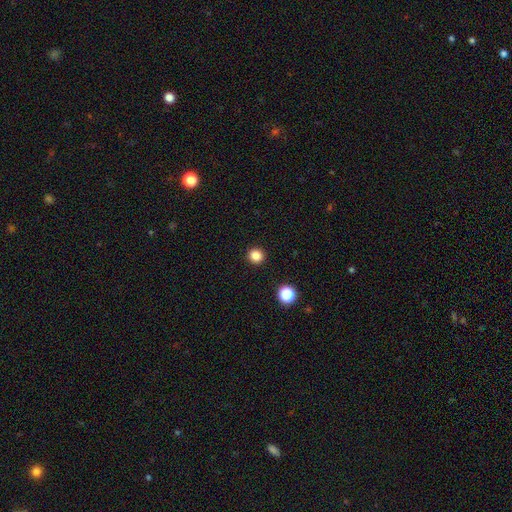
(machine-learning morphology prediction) A smooth galaxy with no disk features (85%) that is round (95%). Merging: none (93%).